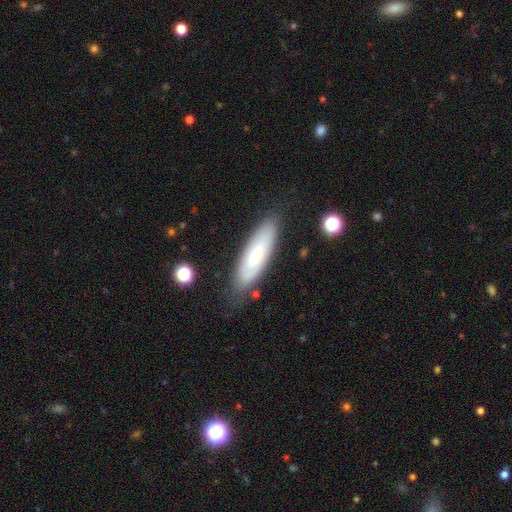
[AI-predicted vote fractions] Overall: smooth (63%; featured or disk 31%). How rounded: cigar-shaped (51%; in between 47%). Merging: none (80%).